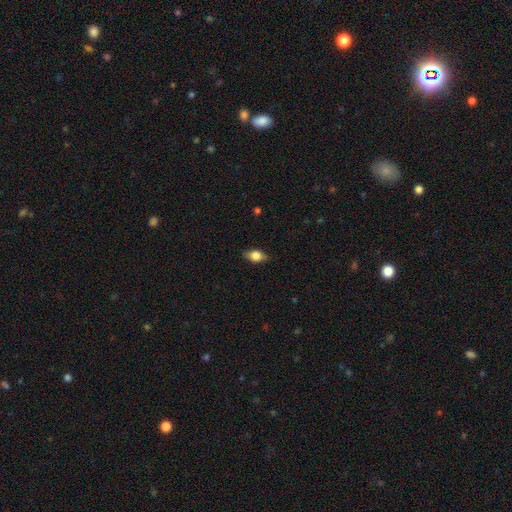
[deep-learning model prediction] Smooth or featured?
  - smooth: 69% *
  - featured or disk: 23%
  - star or artifact: 8%
How rounded?
  - in between: 82% *
  - round: 11%
  - cigar-shaped: 7%
Merging?
  - none: 83% *
  - minor disturbance: 14%
  - major disturbance: 3%
  - merger: 1%